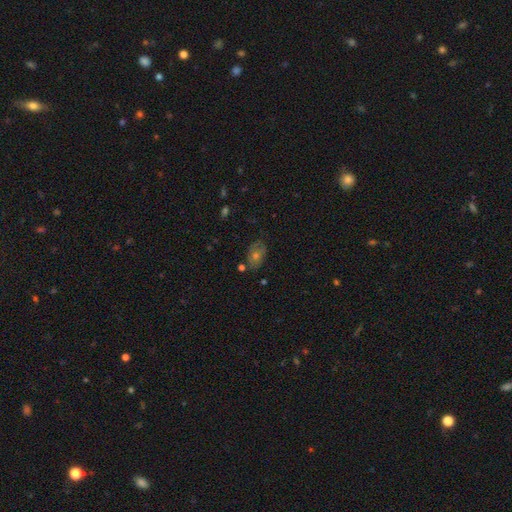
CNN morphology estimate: A smooth galaxy with no disk features (41%). Merging: none (72%).